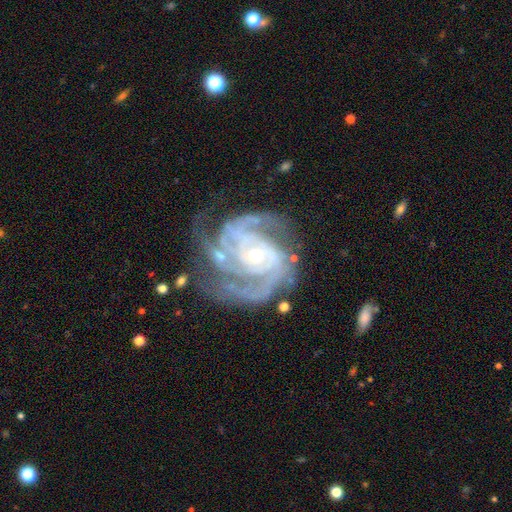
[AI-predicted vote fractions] The model was most divided on "spiral arm count": 3: 34%, 2: 28%, 4: 14%, can't tell: 12%, more than 4: 6%, 1: 6%. More confident: spiral arms — yes (98%); edge-on disk — no (98%); smooth or featured — featured or disk (92%); bulge size — small (76%); bar — no (67%); merging — none (62%); spiral winding — tight (61%).